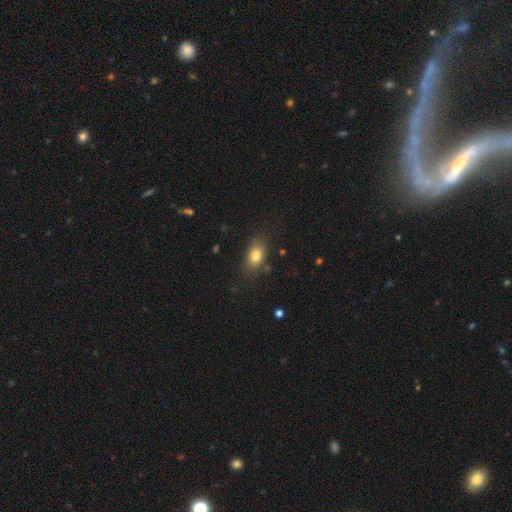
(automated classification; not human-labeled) A smooth galaxy with no disk features (79%) that is in between round and cigar-shaped (81%). Merging: none (79%).